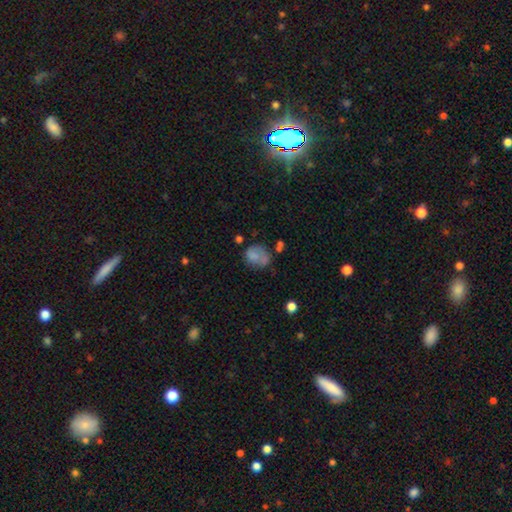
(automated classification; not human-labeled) smooth-or-featured: smooth: 70% | featured or disk: 20% | star or artifact: 10%
  how-rounded: round: 54% | in between: 45% | cigar-shaped: 1%
  merging: none: 43% | minor disturbance: 28% | major disturbance: 19% | merger: 10%